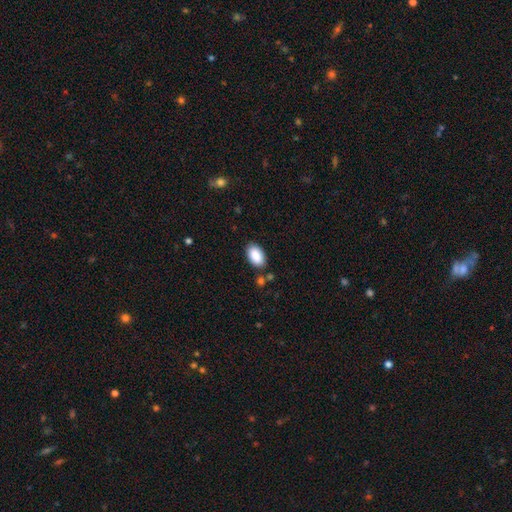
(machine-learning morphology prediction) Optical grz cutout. It shows a smooth galaxy with no disk features (89%) that is in between round and cigar-shaped (94%). Merging: none (84%).